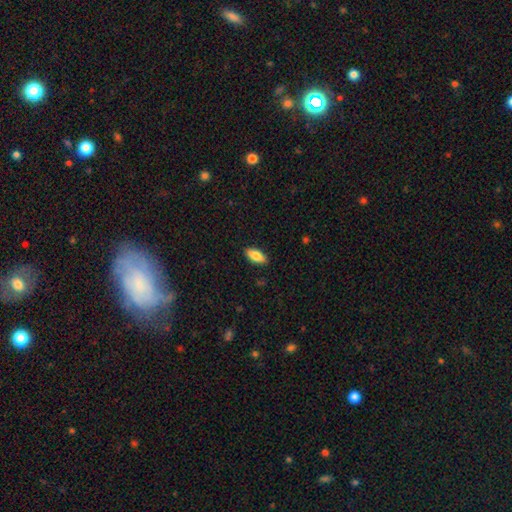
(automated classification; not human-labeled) Smooth or featured?
  - smooth: 83% *
  - featured or disk: 11%
  - star or artifact: 6%
How rounded?
  - in between: 88% *
  - cigar-shaped: 10%
  - round: 2%
Merging?
  - none: 89% *
  - minor disturbance: 8%
  - major disturbance: 2%
  - merger: 1%